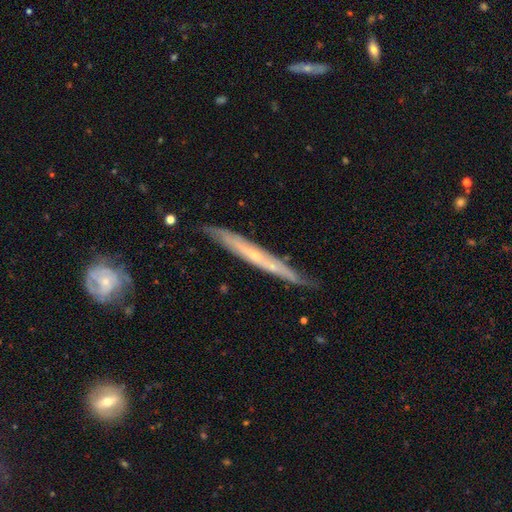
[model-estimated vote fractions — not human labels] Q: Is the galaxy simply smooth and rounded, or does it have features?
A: featured or disk — 70%.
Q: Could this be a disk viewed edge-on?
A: yes — 88%.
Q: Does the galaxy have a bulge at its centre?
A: none — 59%.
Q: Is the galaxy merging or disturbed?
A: none — 81%.